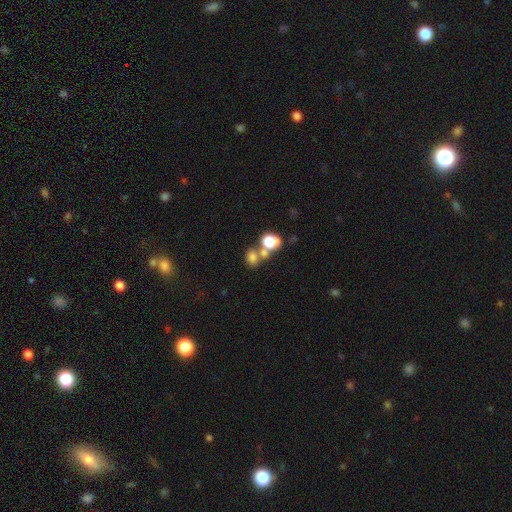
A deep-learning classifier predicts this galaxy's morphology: A smooth galaxy with no disk features (69%) that is round (52%).

Vote fractions:
- Smooth or featured? smooth: 69% / star or artifact: 19% / featured or disk: 12%
- How rounded? round: 52% / in between: 47% / cigar-shaped: 1%
- Merging? merger: 44% / none: 41% / minor disturbance: 9% / major disturbance: 5%